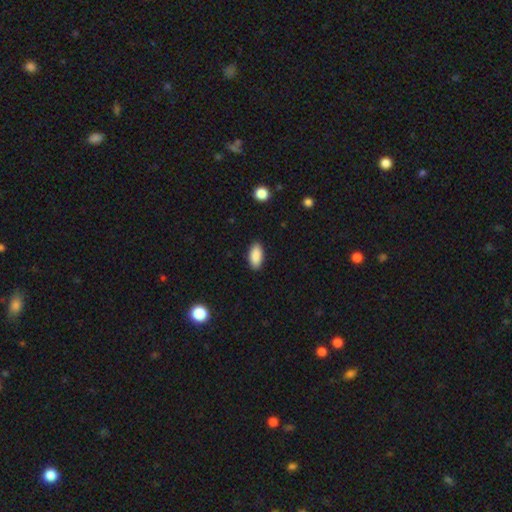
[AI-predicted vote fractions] This is clearly a smooth galaxy (90%). How rounded: clearly in between (91%). Merging: clearly none (89%).